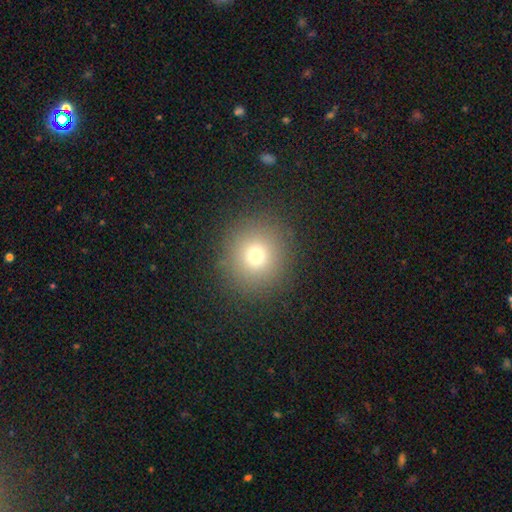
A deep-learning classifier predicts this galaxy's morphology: Smooth or featured? Predicted: smooth (p=0.74). How rounded? Predicted: round (p=0.92). Merging? Predicted: none (p=0.89).